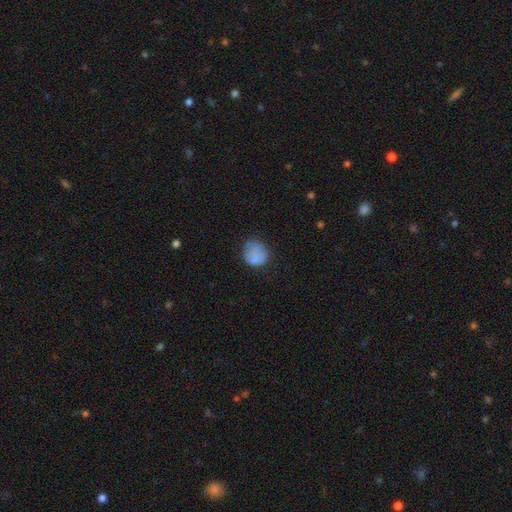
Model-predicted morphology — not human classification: smooth 79%, featured or disk 12%, star or artifact 9%. Down the decision tree: how rounded — round (78%); merging — none (57%).